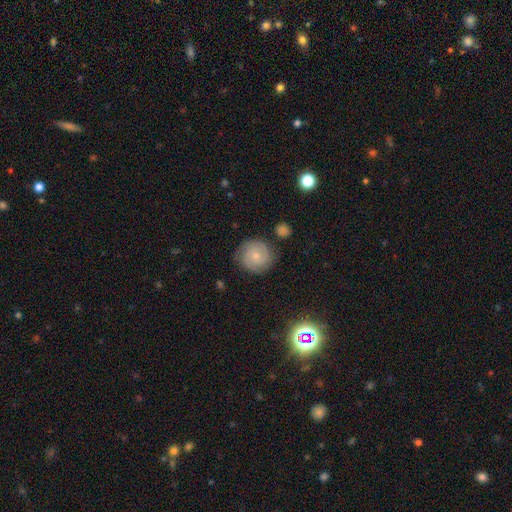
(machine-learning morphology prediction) type=featured or disk (47%); merging=none (79%).